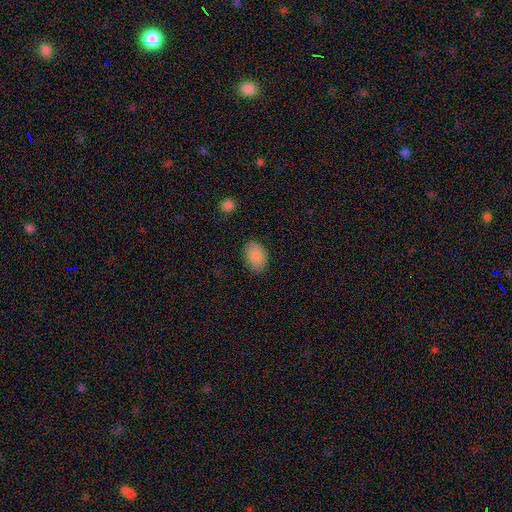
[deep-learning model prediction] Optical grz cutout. It shows a smooth galaxy with no disk features (87%) that is in between round and cigar-shaped (87%). Merging: none (85%).